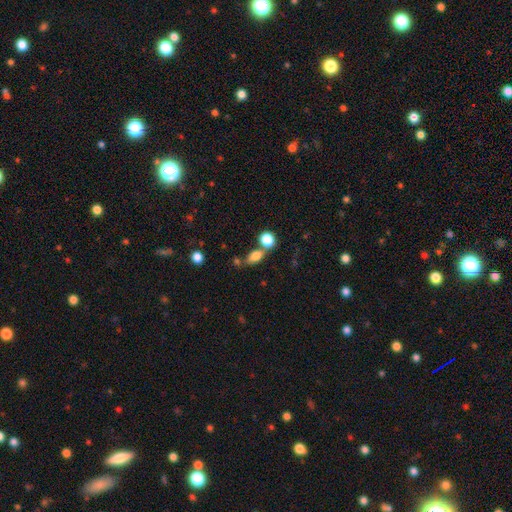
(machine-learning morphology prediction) A smooth galaxy with no disk features (76%) that is in between round and cigar-shaped (70%).

Vote fractions:
- Smooth or featured? smooth: 76% / featured or disk: 12% / star or artifact: 11%
- How rounded? in between: 70% / round: 22% / cigar-shaped: 8%
- Merging? none: 51% / merger: 31% / minor disturbance: 13% / major disturbance: 6%